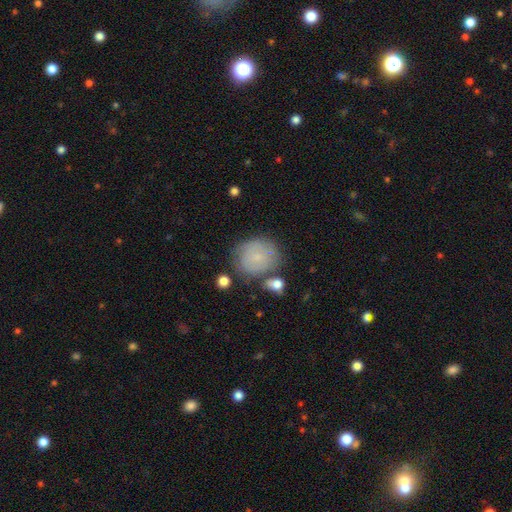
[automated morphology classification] This is likely a smooth galaxy (63%). How rounded: likely round (76%). Merging: likely none (65%).